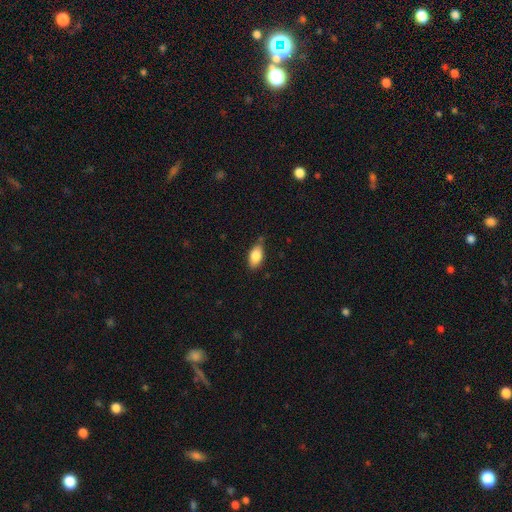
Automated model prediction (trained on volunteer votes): The model was most divided on "merging": none: 72%, minor disturbance: 22%, major disturbance: 4%, merger: 2%. More confident: how rounded — in between (91%); smooth or featured — smooth (84%).